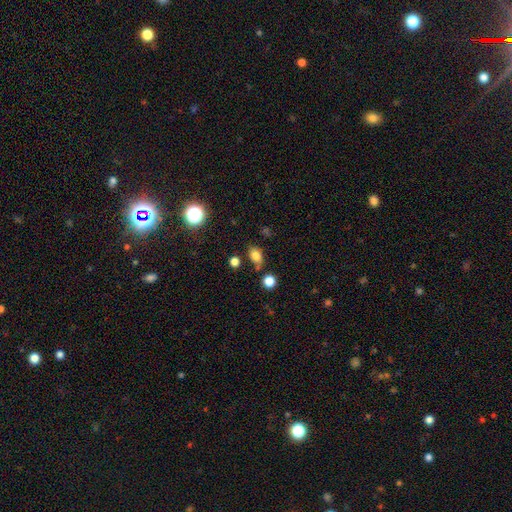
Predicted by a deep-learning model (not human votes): A smooth galaxy with no disk features (79%) that is in between round and cigar-shaped (70%).

Vote fractions:
- Smooth or featured? smooth: 79% / star or artifact: 14% / featured or disk: 8%
- How rounded? in between: 70% / round: 29% / cigar-shaped: 2%
- Merging? none: 68% / minor disturbance: 18% / merger: 9% / major disturbance: 5%